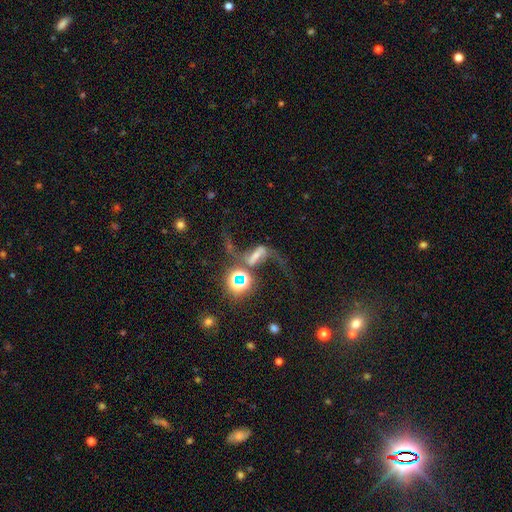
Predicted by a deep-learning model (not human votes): A featured or disk galaxy (67%) with a strong bar (62%), 2 (89%) loose (91%) spiral arms (87%) and a small central bulge (31%). Merging: none (47%).